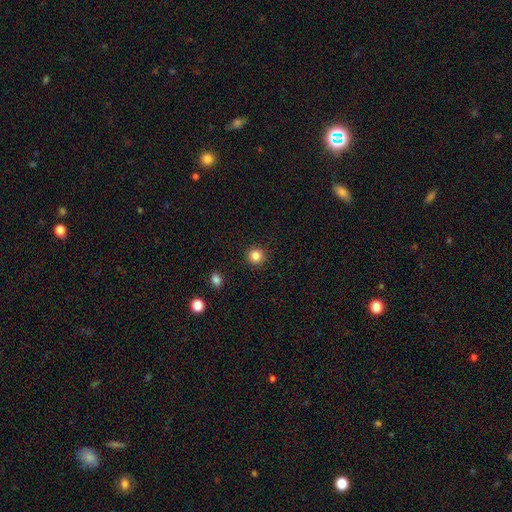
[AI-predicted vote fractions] smooth-or-featured: smooth: 84% | star or artifact: 11% | featured or disk: 4%
  how-rounded: round: 94% | in between: 5% | cigar-shaped: 1%
  merging: none: 92% | minor disturbance: 5% | major disturbance: 2% | merger: 1%